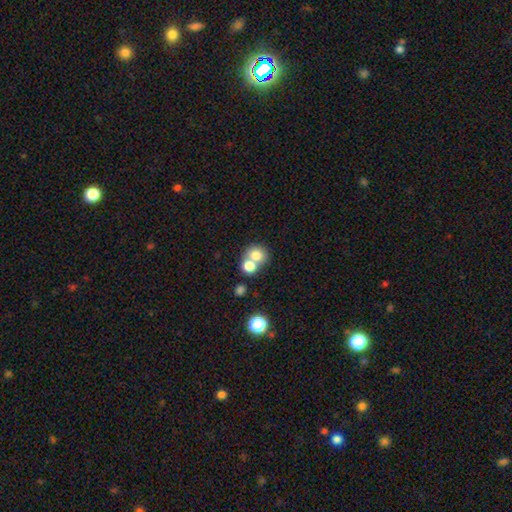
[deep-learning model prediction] Q: Smooth or featured?
A: smooth (76%); runner-up: featured or disk (13%)
Q: How rounded?
A: round (78%); runner-up: in between (21%)
Q: Merging?
A: merger (52%); runner-up: none (39%)